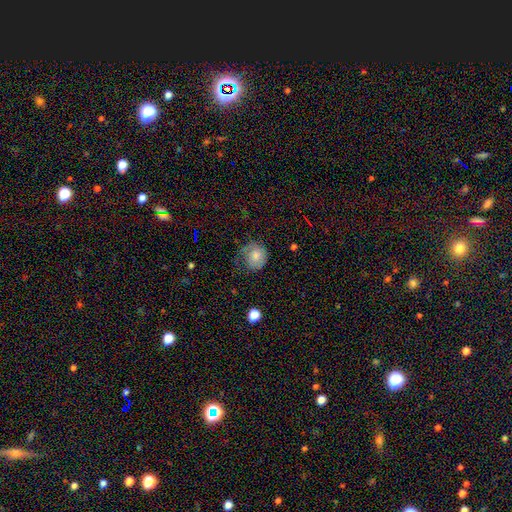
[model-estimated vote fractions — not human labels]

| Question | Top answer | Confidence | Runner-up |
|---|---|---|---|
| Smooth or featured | smooth | 67% | featured or disk (24%) |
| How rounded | round | 78% | in between (21%) |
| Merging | none | 44% | minor disturbance (31%) |